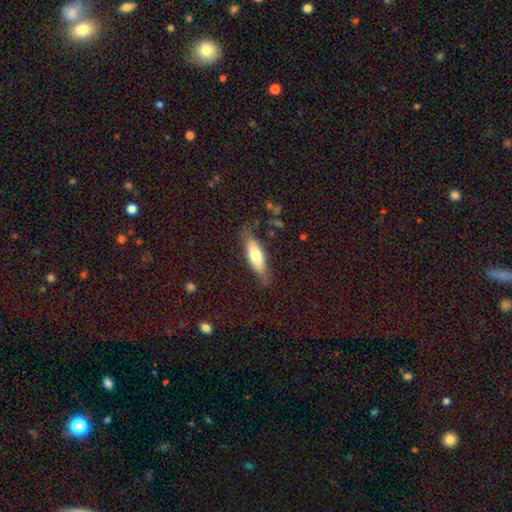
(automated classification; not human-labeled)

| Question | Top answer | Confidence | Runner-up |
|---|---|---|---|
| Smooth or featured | smooth | 64% | featured or disk (30%) |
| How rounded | in between | 53% | cigar-shaped (45%) |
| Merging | none | 76% | minor disturbance (18%) |